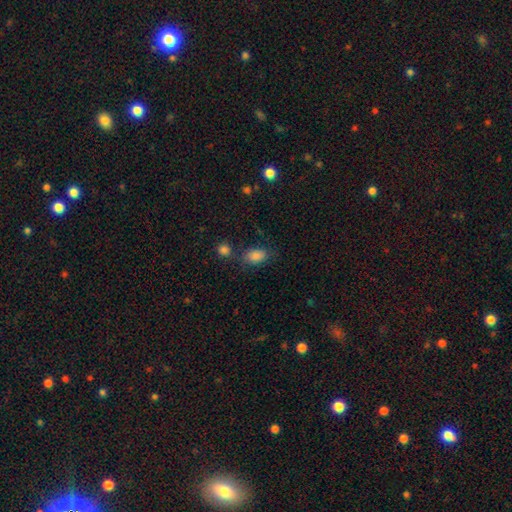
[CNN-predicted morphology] This is clearly a smooth galaxy (85%). How rounded: clearly in between (86%). Merging: likely none (70%).